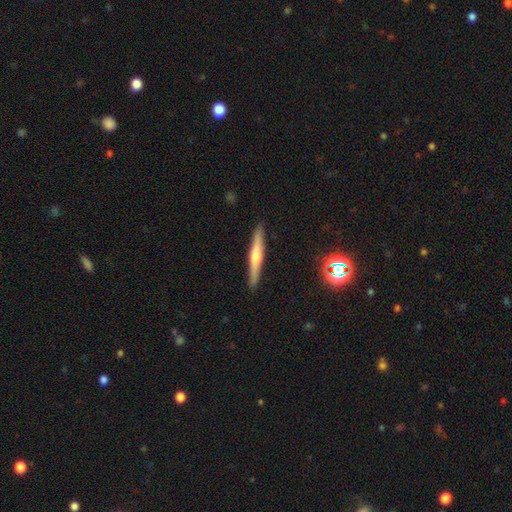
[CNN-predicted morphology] featured or disk 57%, smooth 35%, star or artifact 8%. Down the decision tree: edge-on disk — yes (97%); edge-on bulge — rounded (80%); merging — none (91%).